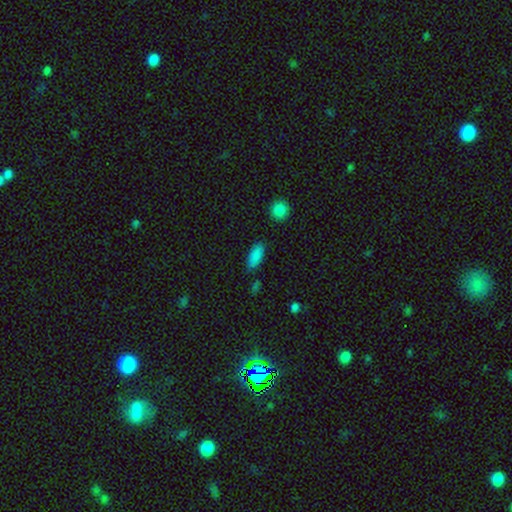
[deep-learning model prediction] This appears to be a smooth galaxy with no disk features (86%) that is in between round and cigar-shaped (84%). Merging: none (80%).